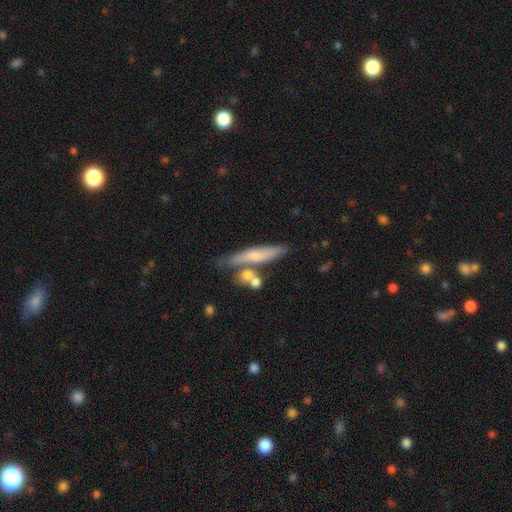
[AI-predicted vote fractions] A smooth galaxy with no disk features (59%) that is cigar-shaped (83%). Merging: none (61%).